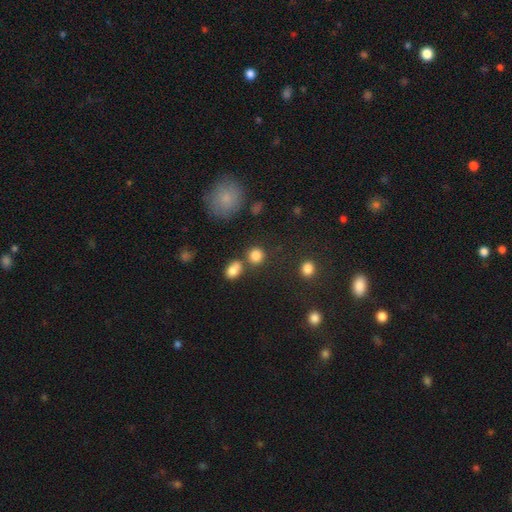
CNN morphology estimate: The model was most divided on "merging": none: 67%, merger: 18%, minor disturbance: 10%, major disturbance: 5%. More confident: how rounded — round (84%); smooth or featured — smooth (83%).